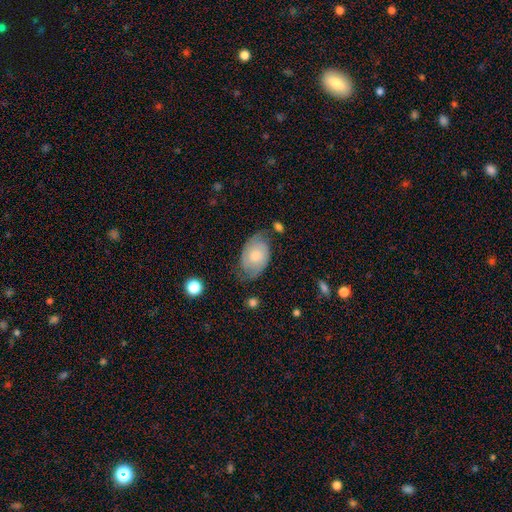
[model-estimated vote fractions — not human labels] smooth_or_featured: featured or disk (p=0.51) [alt: smooth p=0.42]
disk_edge_on: no (p=0.96) [alt: yes p=0.04]
merging: none (p=0.60) [alt: minor disturbance p=0.27]